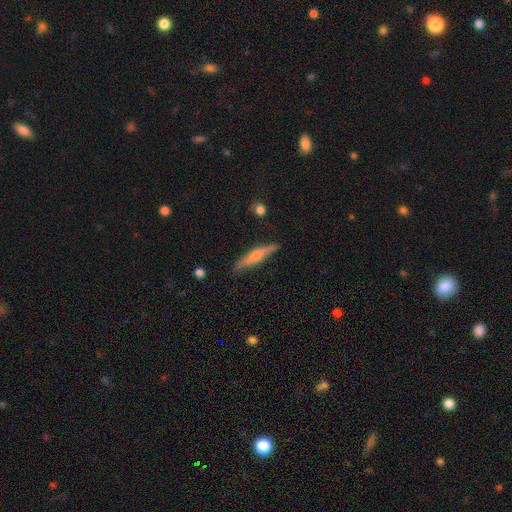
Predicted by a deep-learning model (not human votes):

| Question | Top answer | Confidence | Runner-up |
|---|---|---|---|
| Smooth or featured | featured or disk | 47% | tied: smooth (47%) |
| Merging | none | 85% | minor disturbance (11%) |